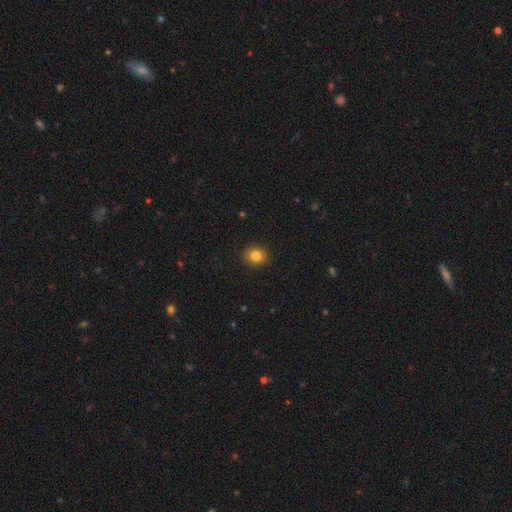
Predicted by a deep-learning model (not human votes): Morphology: type=smooth (83%); roundness=round (74%); merging=none (90%).